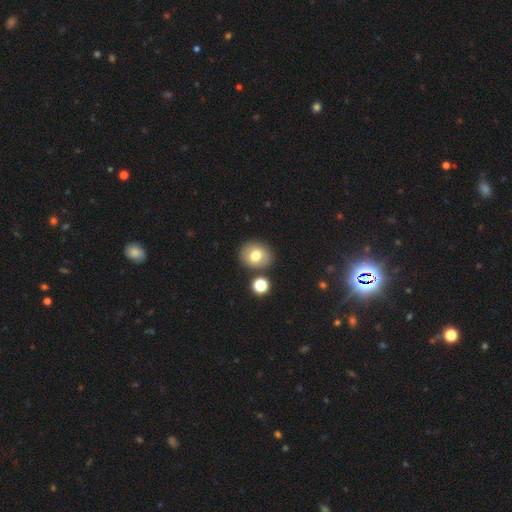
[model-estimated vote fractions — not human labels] A smooth galaxy with no disk features (73%) that is round (73%). Merging: none (80%).